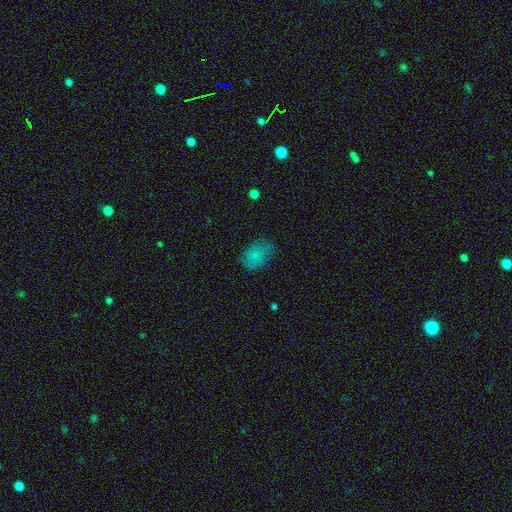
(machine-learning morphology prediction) The model was most divided on "merging": none: 70%, minor disturbance: 22%, major disturbance: 7%, merger: 2%. More confident: how rounded — in between (80%); smooth or featured — smooth (77%).